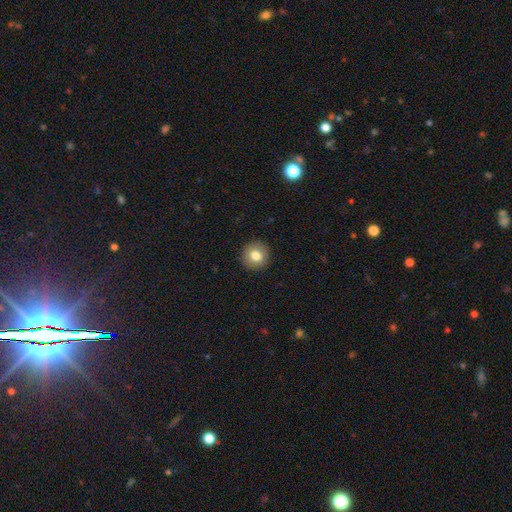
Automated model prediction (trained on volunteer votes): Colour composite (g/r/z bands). It shows a smooth galaxy with no disk features (80%) that is round (93%). Merging: none (92%).